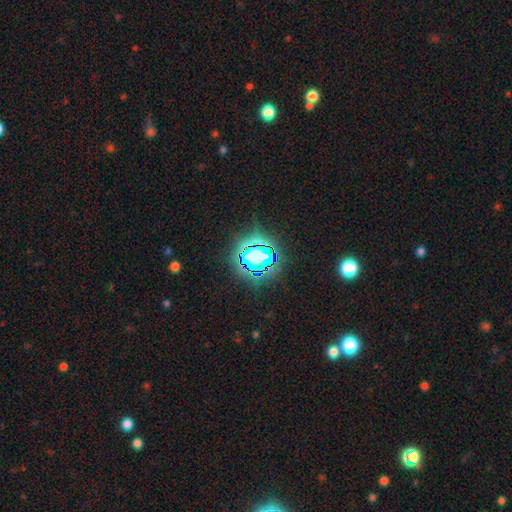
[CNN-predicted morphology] Overall: star or artifact (63%; smooth 25%).